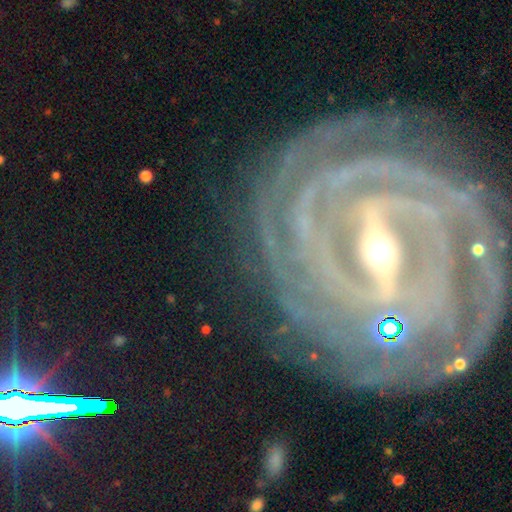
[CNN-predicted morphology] Overall: featured or disk (90%). Edge-on disk: no (94%). Bar: strong (69%). Spiral arms: yes (97%). Spiral arm count: 4 (24%; can't tell 19%). Spiral winding: tight (86%). Bulge size: moderate (48%; small 47%). Merging: none (80%).